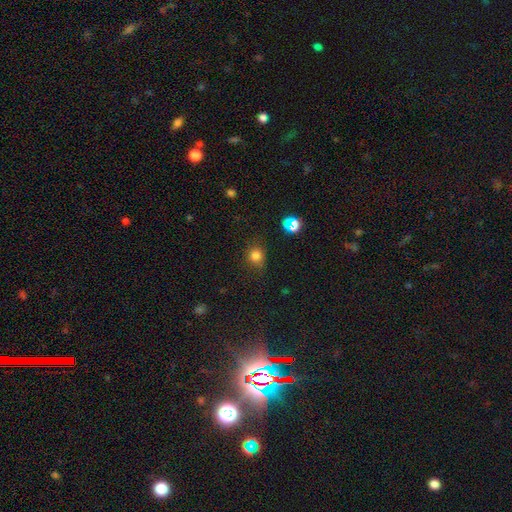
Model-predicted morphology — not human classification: This is likely a smooth galaxy (79%). How rounded: clearly round (83%). Merging: likely none (77%).